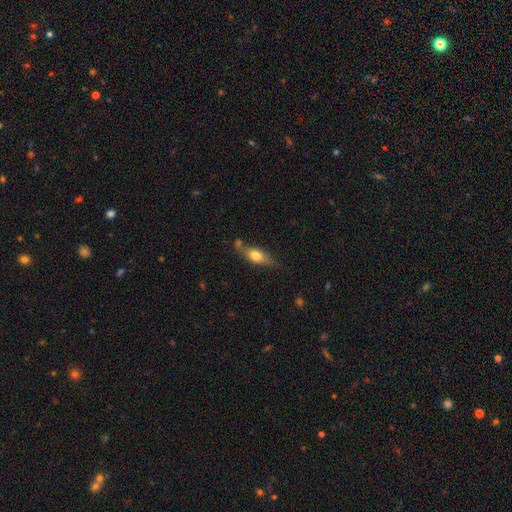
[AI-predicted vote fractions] Smooth or featured? smooth (60%)
How rounded? in between (61%)
Merging? none (62%)